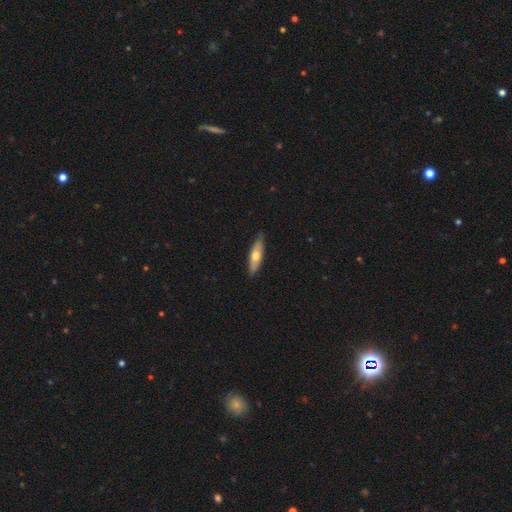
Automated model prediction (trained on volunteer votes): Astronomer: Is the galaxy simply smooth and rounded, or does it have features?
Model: smooth — 55% (runner-up: featured or disk, 40%).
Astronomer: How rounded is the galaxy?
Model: cigar-shaped — 56% (runner-up: in between, 42%).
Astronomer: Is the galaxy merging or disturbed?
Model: none — 85%.